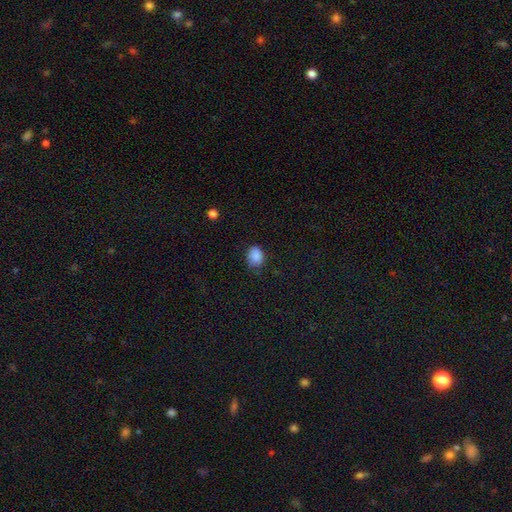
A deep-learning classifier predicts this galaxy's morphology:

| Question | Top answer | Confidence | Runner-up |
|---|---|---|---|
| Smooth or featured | smooth | 87% | star or artifact (9%) |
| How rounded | in between | 53% | round (46%) |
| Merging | none | 70% | minor disturbance (25%) |